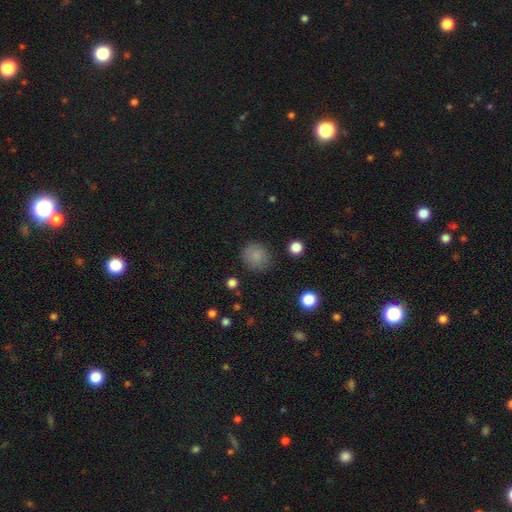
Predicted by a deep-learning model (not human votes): Smooth or featured? Predicted: smooth (p=0.84). How rounded? Predicted: round (p=0.85). Merging? Predicted: none (p=0.85).